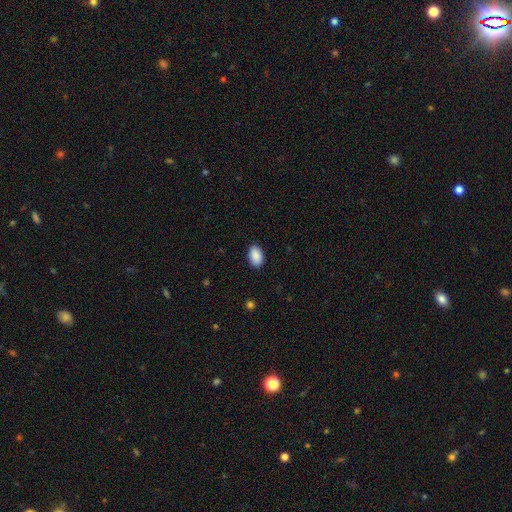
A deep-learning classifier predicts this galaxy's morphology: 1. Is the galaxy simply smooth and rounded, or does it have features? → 90% smooth, 7% star or artifact, 3% featured or disk.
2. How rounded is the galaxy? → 90% in between, 9% round, 1% cigar-shaped.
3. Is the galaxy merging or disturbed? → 89% none, 8% minor disturbance, 2% major disturbance, 1% merger.